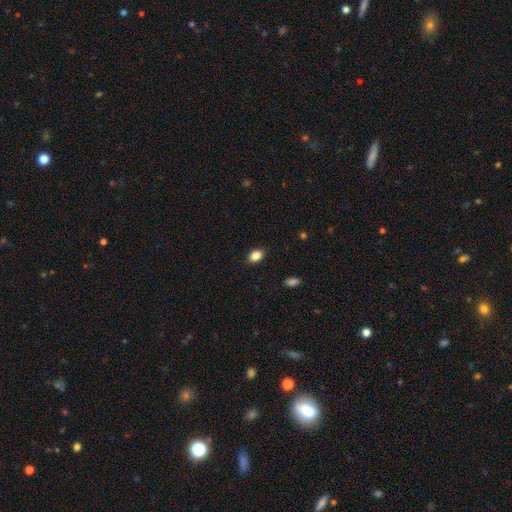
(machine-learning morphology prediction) Smooth or featured: smooth — 86% (star or artifact — 9%)
How rounded: in between — 81% (round — 17%)
Merging: none — 88% (minor disturbance — 9%)